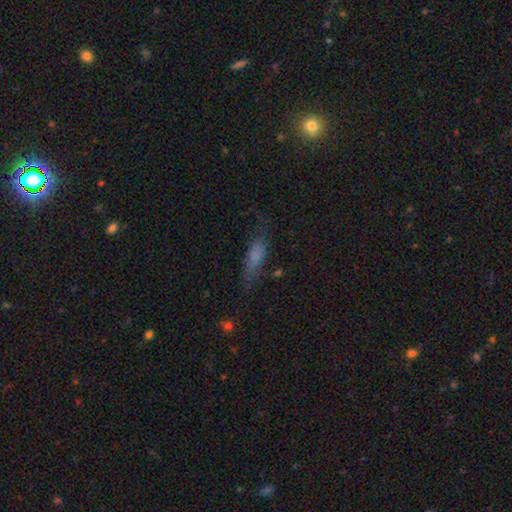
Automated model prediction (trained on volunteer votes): Smooth or featured? smooth (68%)
How rounded? cigar-shaped (53%)
Merging? none (58%)